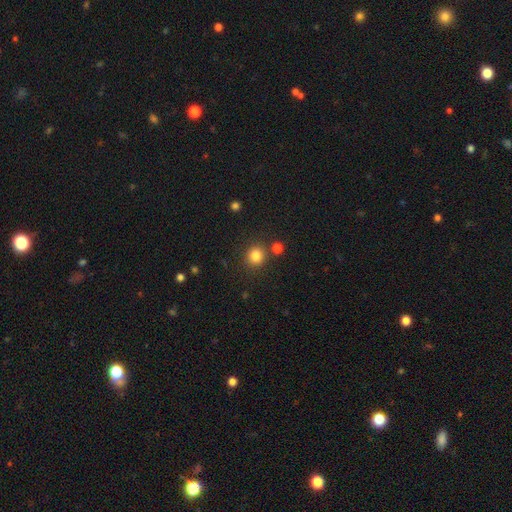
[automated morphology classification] This appears to be a smooth galaxy with no disk features (83%) that is round (88%). Merging: none (83%).